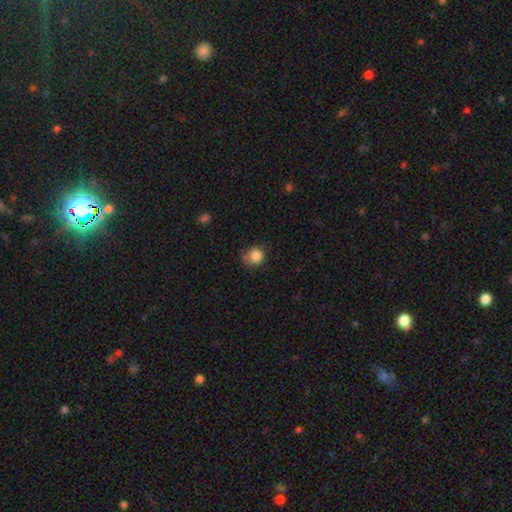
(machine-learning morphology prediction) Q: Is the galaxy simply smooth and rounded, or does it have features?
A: smooth — 84%.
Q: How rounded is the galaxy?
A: round — 80%.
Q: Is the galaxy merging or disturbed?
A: none — 56%.